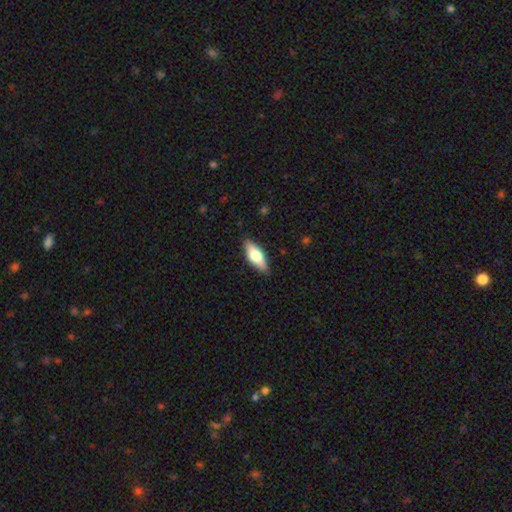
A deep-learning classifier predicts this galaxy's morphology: Q: Smooth or featured?
A: smooth (64%); runner-up: featured or disk (30%)
Q: How rounded?
A: in between (71%); runner-up: cigar-shaped (27%)
Q: Merging?
A: none (87%); runner-up: minor disturbance (10%)